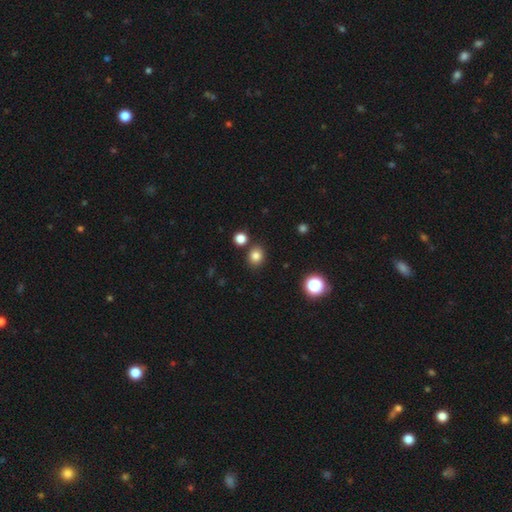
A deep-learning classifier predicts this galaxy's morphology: A smooth galaxy with no disk features (82%) that is round (70%).

Vote fractions:
- Smooth or featured? smooth: 82% / star or artifact: 13% / featured or disk: 5%
- How rounded? round: 70% / in between: 29% / cigar-shaped: 1%
- Merging? none: 82% / minor disturbance: 8% / merger: 7% / major disturbance: 2%